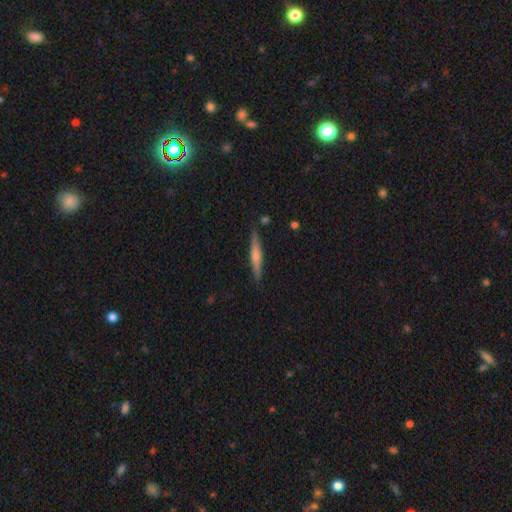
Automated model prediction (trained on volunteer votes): This appears to be a featured or disk galaxy (56%) viewed edge-on (97%) with a rounded central bulge (71%). Merging: none (88%).